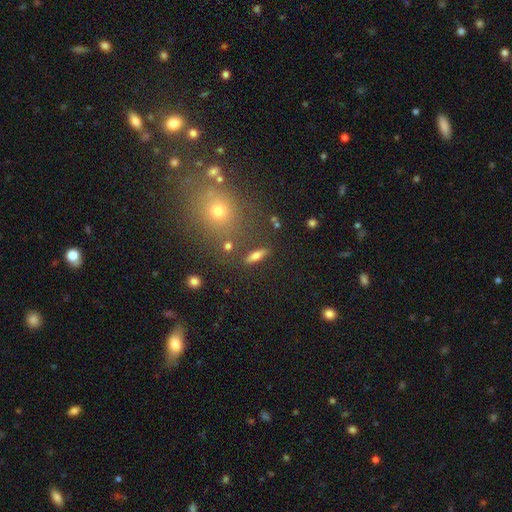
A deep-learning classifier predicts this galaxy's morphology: This is possibly a smooth galaxy (59%). How rounded: possibly cigar-shaped (55%). Merging: clearly none (83%).